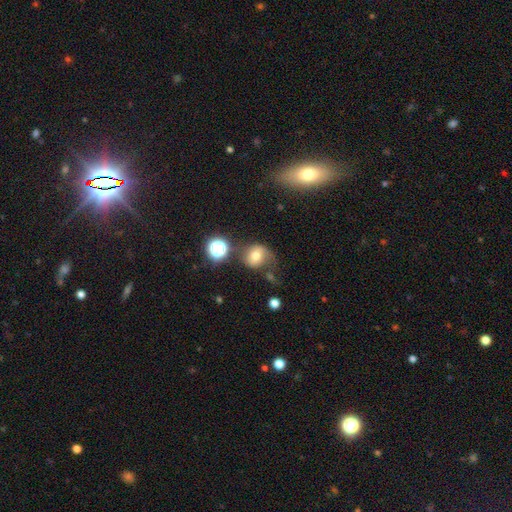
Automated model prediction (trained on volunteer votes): Overall: smooth (59%; featured or disk 26%). How rounded: round (75%). Merging: none (47%; minor disturbance 25%).